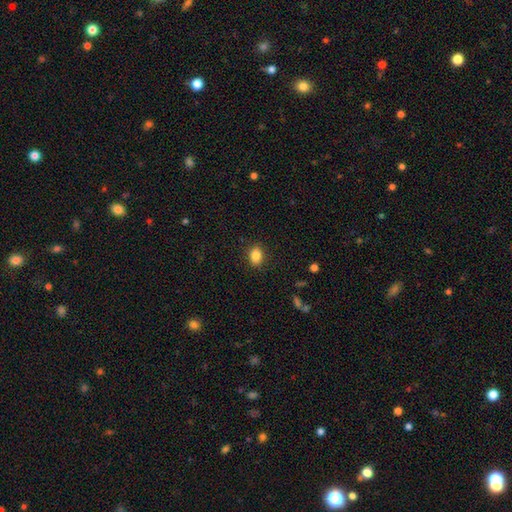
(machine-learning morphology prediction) smooth 85%, star or artifact 10%, featured or disk 5%. Down the decision tree: how rounded — in between (66%); merging — none (88%).